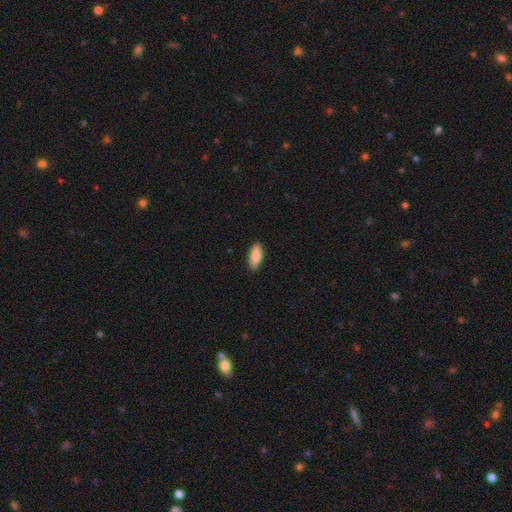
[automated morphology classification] smooth-or-featured: smooth: 88% | featured or disk: 6% | star or artifact: 6%
  how-rounded: in between: 81% | cigar-shaped: 18% | round: 2%
  merging: none: 87% | minor disturbance: 10% | major disturbance: 2% | merger: 1%